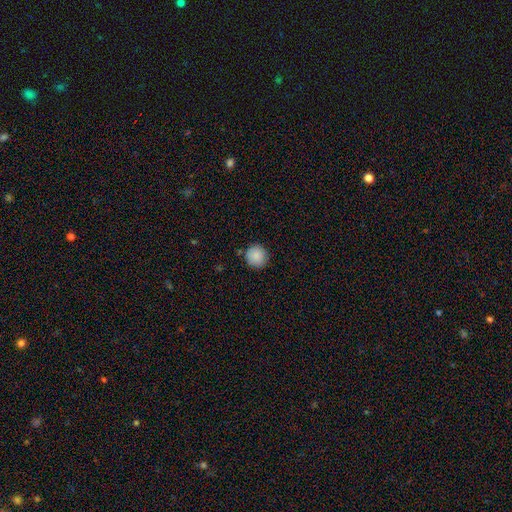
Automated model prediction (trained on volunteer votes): Smooth or featured? Predicted: smooth (p=0.88). How rounded? Predicted: round (p=0.94). Merging? Predicted: none (p=0.89).